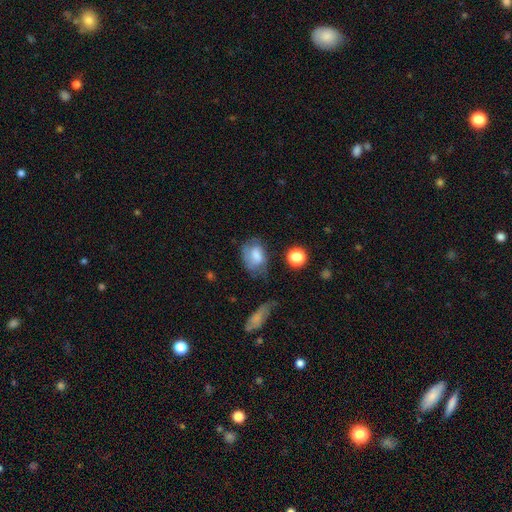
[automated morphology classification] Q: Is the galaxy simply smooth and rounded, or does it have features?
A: smooth — 65%.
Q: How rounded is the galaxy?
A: in between — 80%.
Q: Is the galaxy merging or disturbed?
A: none — 43%.